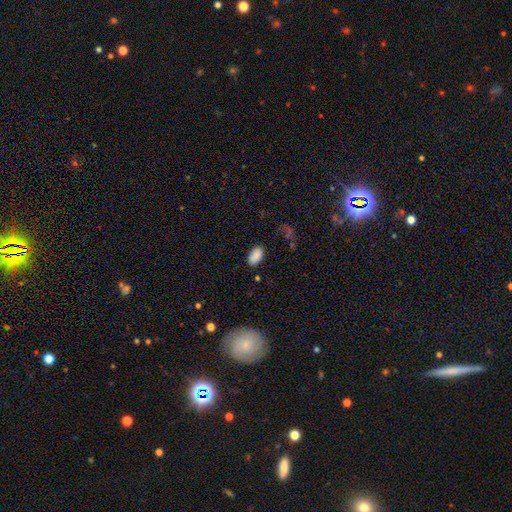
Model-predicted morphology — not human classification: Q: Smooth or featured?
A: smooth (88%); runner-up: star or artifact (8%)
Q: How rounded?
A: in between (95%); runner-up: round (3%)
Q: Merging?
A: none (83%); runner-up: minor disturbance (12%)